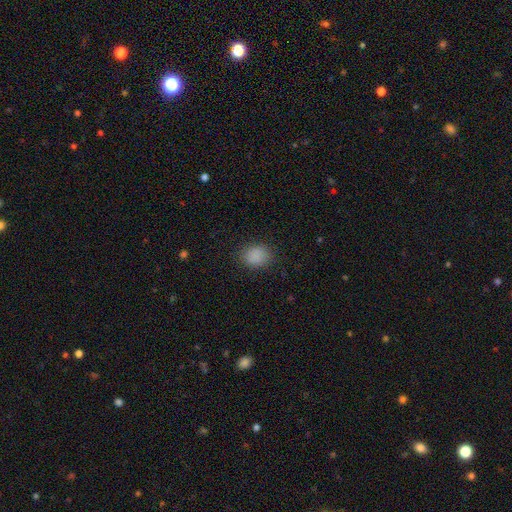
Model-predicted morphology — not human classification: A smooth galaxy with no disk features (86%) that is round (56%). Merging: none (84%).